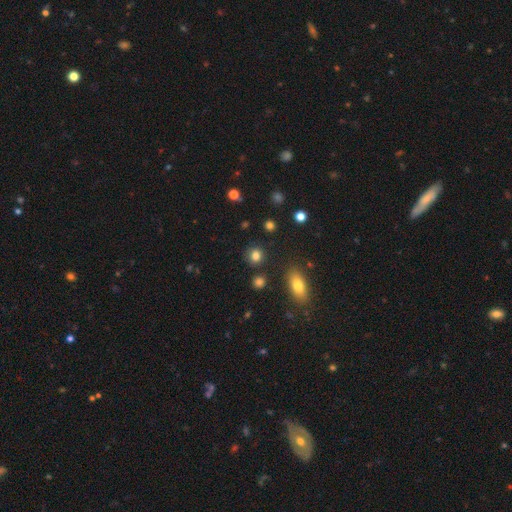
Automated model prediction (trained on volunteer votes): Smooth or featured? smooth (83%)
How rounded? round (83%)
Merging? none (86%)